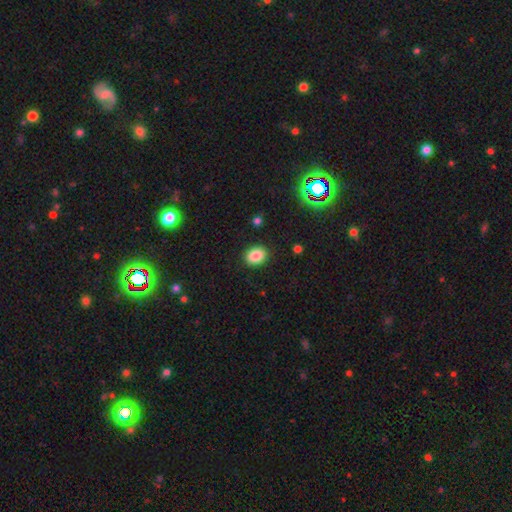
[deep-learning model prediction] A smooth galaxy with no disk features (86%) that is in between round and cigar-shaped (61%).

Vote fractions:
- Smooth or featured? smooth: 86% / star or artifact: 9% / featured or disk: 5%
- How rounded? in between: 61% / round: 38% / cigar-shaped: 1%
- Merging? none: 89% / minor disturbance: 8% / major disturbance: 2% / merger: 1%